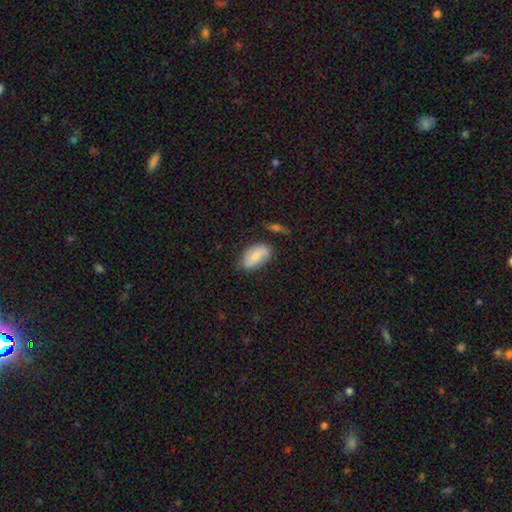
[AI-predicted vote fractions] smooth-or-featured: smooth: 75% | featured or disk: 18% | star or artifact: 7%
  how-rounded: in between: 92% | round: 4% | cigar-shaped: 4%
  merging: none: 68% | minor disturbance: 22% | major disturbance: 6% | merger: 4%